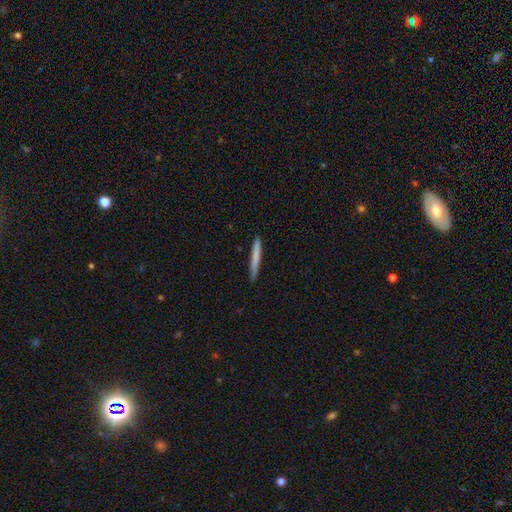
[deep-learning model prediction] Overall: smooth (75%). How rounded: cigar-shaped (97%). Merging: none (90%).